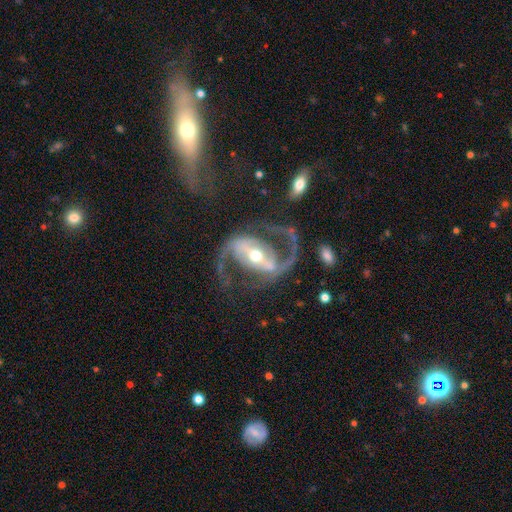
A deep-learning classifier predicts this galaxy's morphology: Smooth or featured: featured or disk — 91% (star or artifact — 5%)
Edge-on disk: no — 97% (yes — 3%)
Bar: strong — 62% (weak — 26%)
Spiral arms: yes — 96% (no — 4%)
Spiral winding: medium — 54% (loose — 34%)
Spiral arm count: 2 — 92% (1 — 3%)
Bulge size: moderate — 66% (small — 25%)
Merging: none — 68% (major disturbance — 16%)